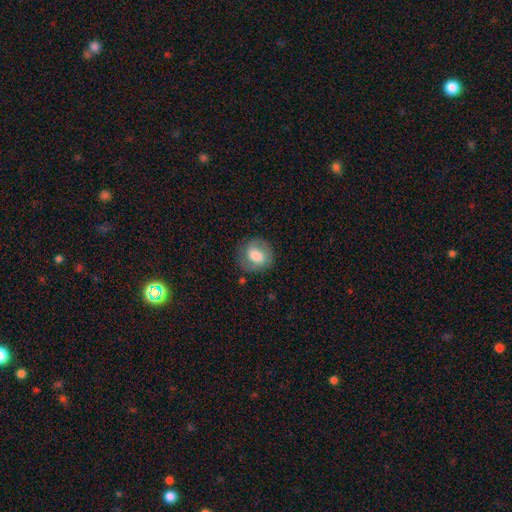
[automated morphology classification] smooth 57%, featured or disk 36%, star or artifact 8%. Down the decision tree: how rounded — round (79%); merging — none (76%).